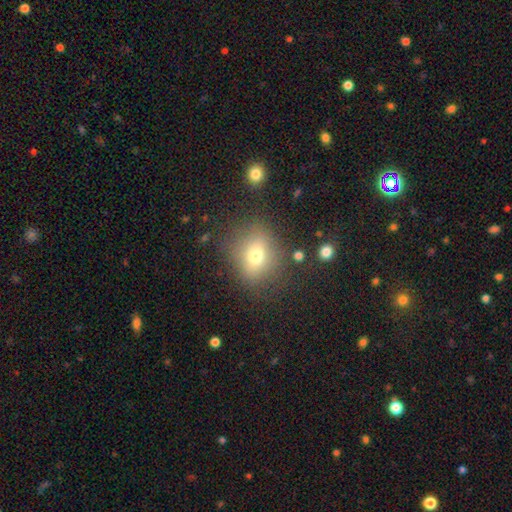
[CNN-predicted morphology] smooth-or-featured: smooth: 69% | featured or disk: 17% | star or artifact: 14%
  how-rounded: round: 66% | in between: 33% | cigar-shaped: 2%
  merging: none: 76% | minor disturbance: 14% | major disturbance: 7% | merger: 3%